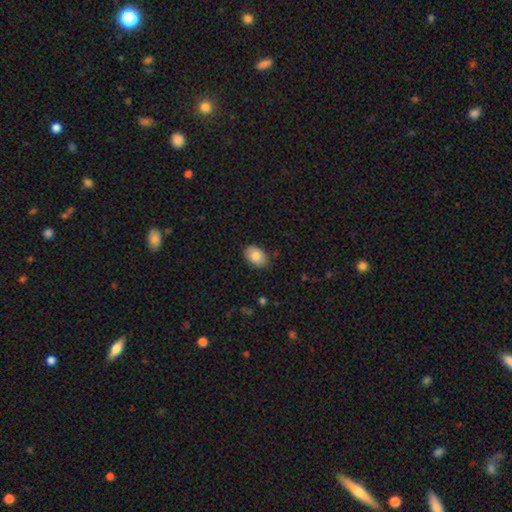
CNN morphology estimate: Smooth or featured? Predicted: smooth (p=0.83). How rounded? Predicted: in between (p=0.88). Merging? Predicted: none (p=0.85).